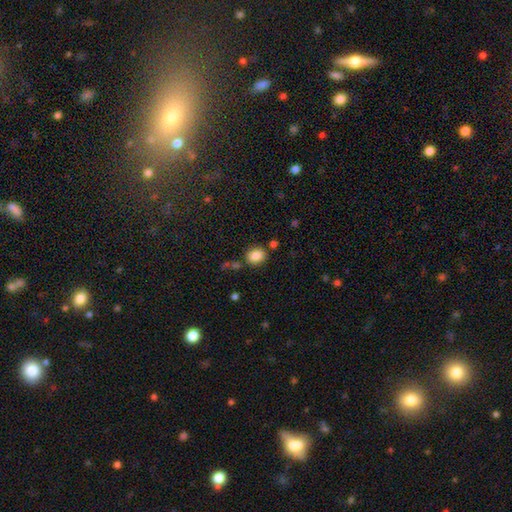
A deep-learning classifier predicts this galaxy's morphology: A smooth galaxy with no disk features (85%) that is round (57%).

Vote fractions:
- Smooth or featured? smooth: 85% / star or artifact: 10% / featured or disk: 5%
- How rounded? round: 57% / in between: 42% / cigar-shaped: 1%
- Merging? none: 78% / minor disturbance: 11% / merger: 7% / major disturbance: 3%